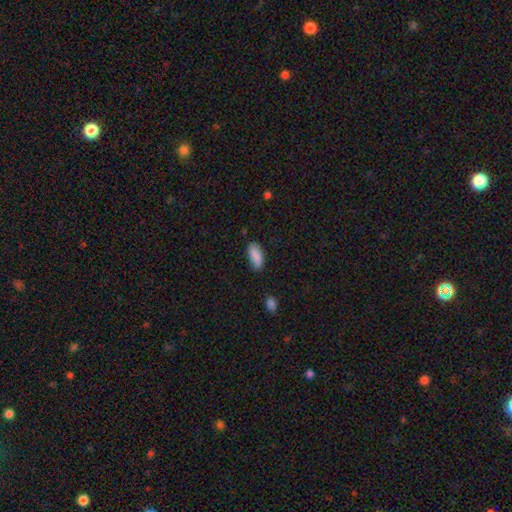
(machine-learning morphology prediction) Smooth or featured?
  - smooth: 87% *
  - star or artifact: 7%
  - featured or disk: 6%
How rounded?
  - in between: 84% *
  - cigar-shaped: 14%
  - round: 2%
Merging?
  - none: 74% *
  - minor disturbance: 20%
  - major disturbance: 4%
  - merger: 2%